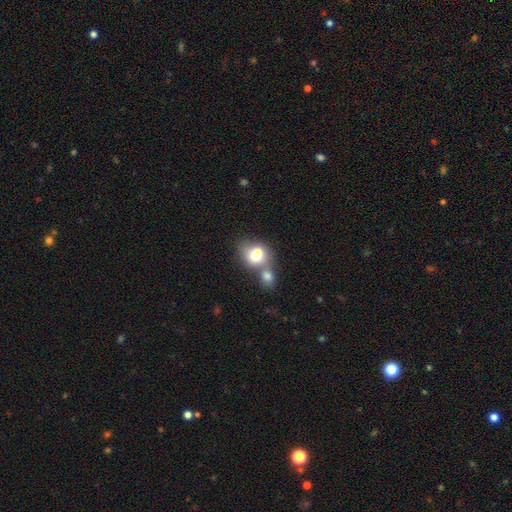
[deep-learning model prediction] A smooth galaxy with no disk features (70%) that is round (50%).

Vote fractions:
- Smooth or featured? smooth: 70% / featured or disk: 20% / star or artifact: 10%
- How rounded? round: 50% / in between: 49% / cigar-shaped: 1%
- Merging? merger: 61% / none: 26% / minor disturbance: 8% / major disturbance: 5%